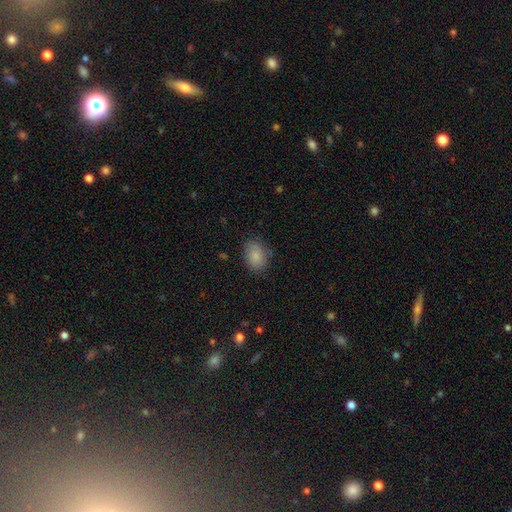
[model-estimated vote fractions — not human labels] A smooth galaxy with no disk features (86%) that is in between round and cigar-shaped (76%). Merging: none (79%).